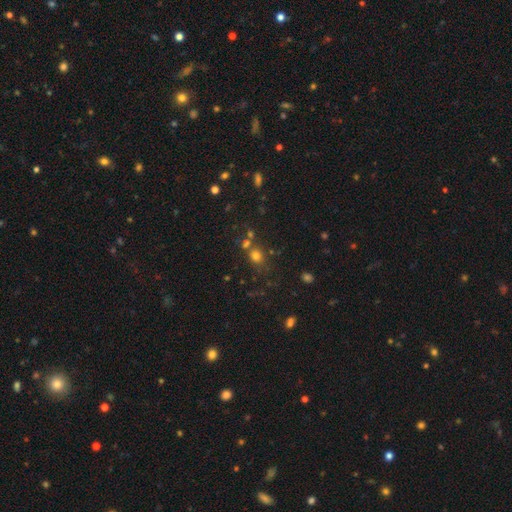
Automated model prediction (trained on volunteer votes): A smooth galaxy with no disk features (70%) that is round (76%).

Vote fractions:
- Smooth or featured? smooth: 70% / star or artifact: 21% / featured or disk: 9%
- How rounded? round: 76% / in between: 22% / cigar-shaped: 1%
- Merging? none: 62% / merger: 21% / minor disturbance: 11% / major disturbance: 6%